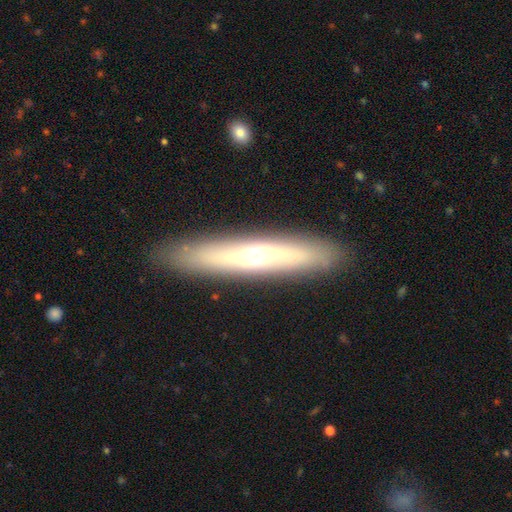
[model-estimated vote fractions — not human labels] Smooth or featured: featured or disk — 55% (smooth — 38%)
Edge-on disk: yes — 73% (no — 27%)
Merging: none — 90% (minor disturbance — 7%)